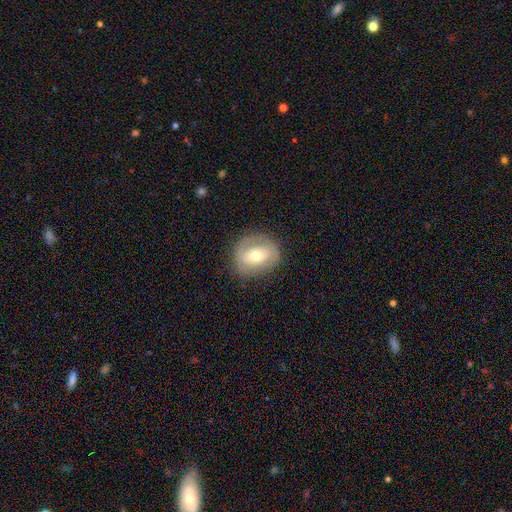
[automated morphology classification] Smooth or featured?
  - featured or disk: 54% *
  - smooth: 39%
  - star or artifact: 8%
Edge-on disk?
  - no: 94% *
  - yes: 6%
Bar?
  - no: 37% *
  - weak: 35%
  - strong: 27%
Spiral arms?
  - no: 51% *
  - yes: 49%
Bulge size?
  - moderate: 60% *
  - small: 34%
  - large: 4%
  - dominant: 1%
  - none: 1%
Merging?
  - none: 77% *
  - minor disturbance: 15%
  - major disturbance: 7%
  - merger: 1%